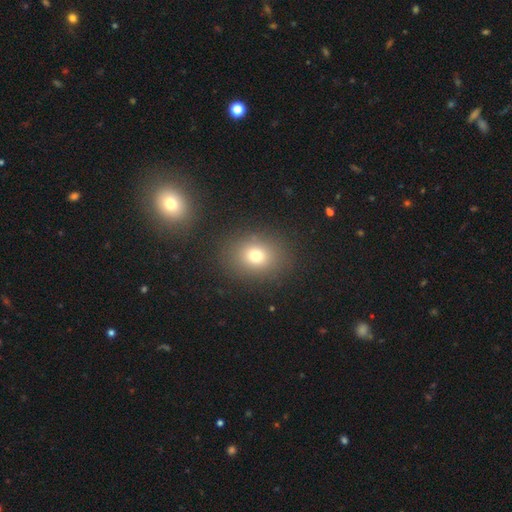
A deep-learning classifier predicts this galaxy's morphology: Smooth or featured? Predicted: smooth (p=0.74). How rounded? Predicted: round (p=0.56). Merging? Predicted: none (p=0.84).